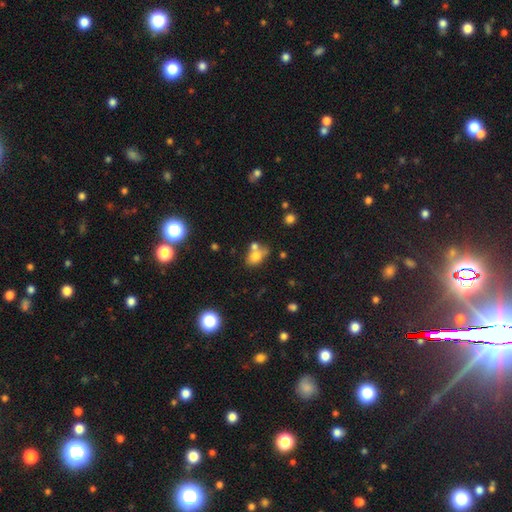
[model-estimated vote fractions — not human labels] A smooth galaxy with no disk features (73%) that is in between round and cigar-shaped (67%).

Vote fractions:
- Smooth or featured? smooth: 73% / featured or disk: 14% / star or artifact: 12%
- How rounded? in between: 67% / round: 31% / cigar-shaped: 2%
- Merging? none: 43% / merger: 38% / minor disturbance: 14% / major disturbance: 6%